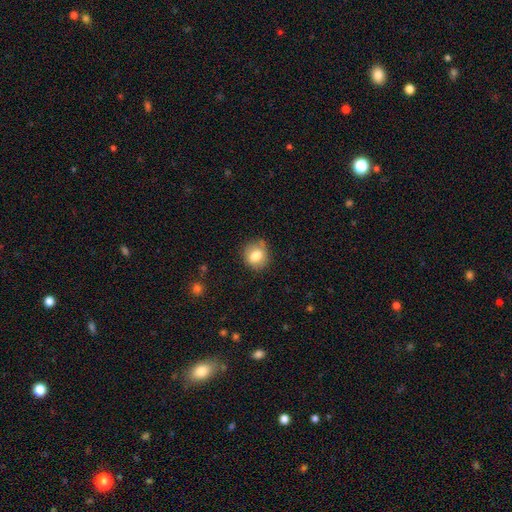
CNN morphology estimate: Smooth or featured: smooth — 79% (featured or disk — 12%)
How rounded: round — 78% (in between — 21%)
Merging: none — 76% (minor disturbance — 18%)